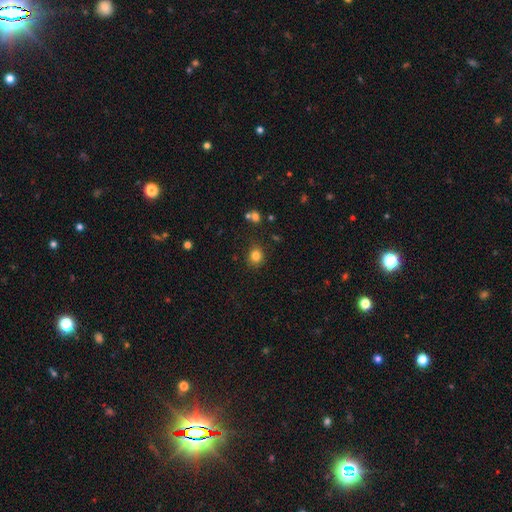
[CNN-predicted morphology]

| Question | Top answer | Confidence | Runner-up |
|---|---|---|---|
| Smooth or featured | smooth | 82% | star or artifact (12%) |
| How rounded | round | 77% | in between (22%) |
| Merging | none | 86% | minor disturbance (9%) |